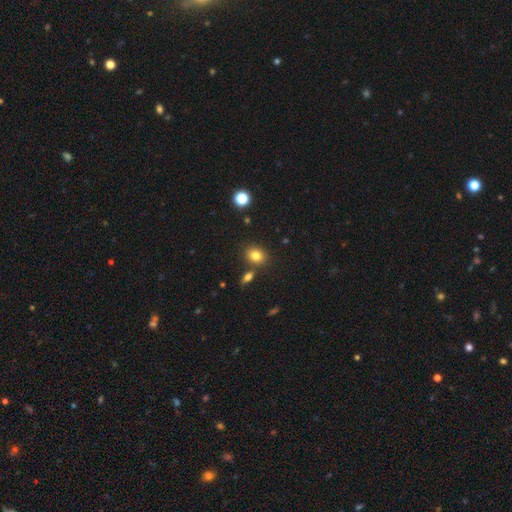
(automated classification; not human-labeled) Smooth or featured? Predicted: smooth (p=0.80). How rounded? Predicted: round (p=0.51). Merging? Predicted: none (p=0.77).